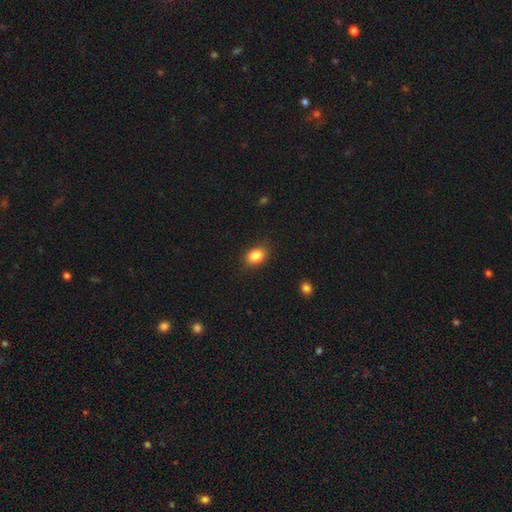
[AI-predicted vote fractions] Morphology: type=smooth (86%); roundness=in between (69%); merging=none (84%).